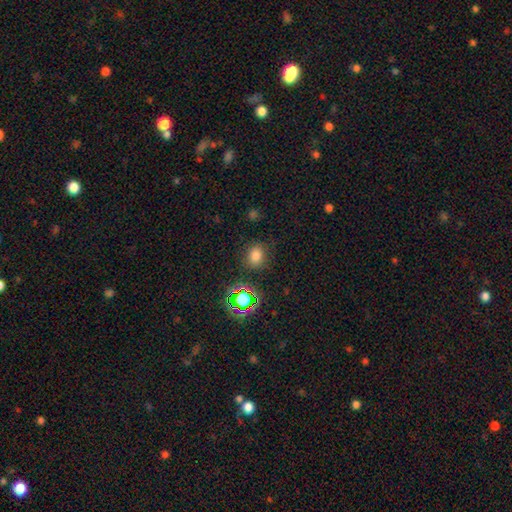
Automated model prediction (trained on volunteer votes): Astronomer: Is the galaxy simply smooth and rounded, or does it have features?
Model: smooth — 72%.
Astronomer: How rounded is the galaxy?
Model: round — 57% (runner-up: in between, 41%).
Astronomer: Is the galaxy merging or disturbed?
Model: none — 83%.